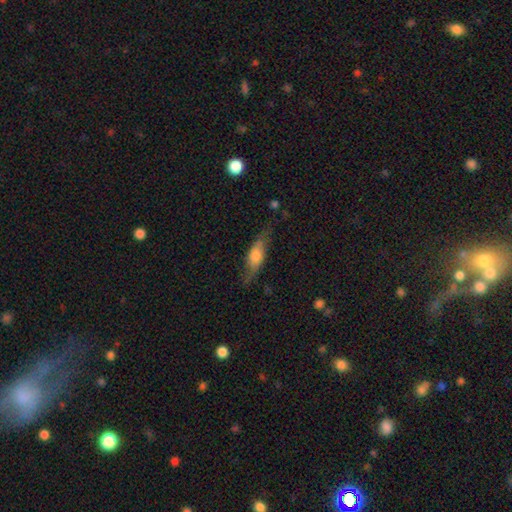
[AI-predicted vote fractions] A smooth galaxy with no disk features (53%) that is in between round and cigar-shaped (58%).

Vote fractions:
- Smooth or featured? smooth: 53% / featured or disk: 40% / star or artifact: 7%
- How rounded? in between: 58% / cigar-shaped: 38% / round: 3%
- Merging? none: 63% / minor disturbance: 25% / major disturbance: 10% / merger: 2%